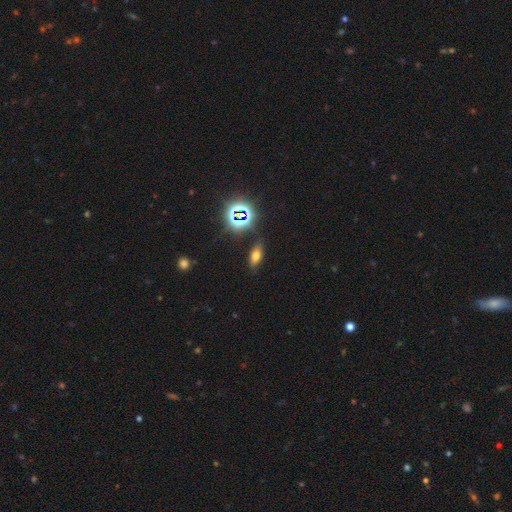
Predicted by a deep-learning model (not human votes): Smooth or featured?
  - smooth: 61% *
  - star or artifact: 26%
  - featured or disk: 13%
How rounded?
  - in between: 79% *
  - cigar-shaped: 13%
  - round: 8%
Merging?
  - none: 84% *
  - minor disturbance: 11%
  - major disturbance: 3%
  - merger: 2%